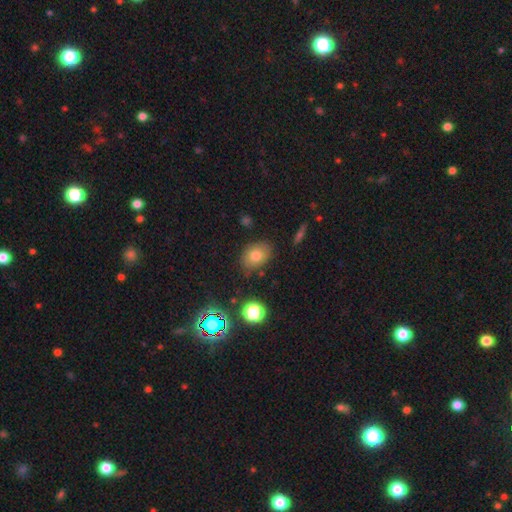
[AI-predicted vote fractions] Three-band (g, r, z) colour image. It shows a smooth galaxy with no disk features (75%) that is in between round and cigar-shaped (70%). Merging: none (77%).